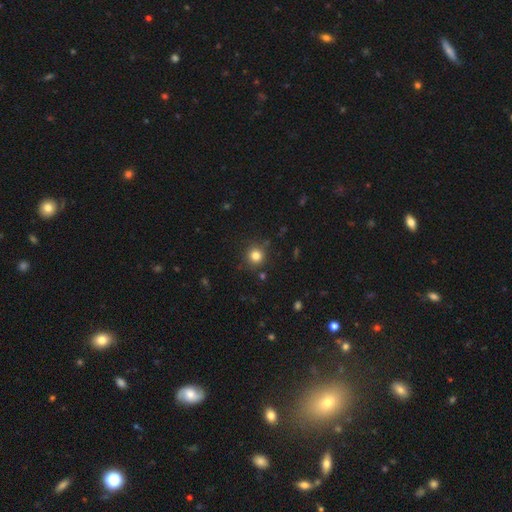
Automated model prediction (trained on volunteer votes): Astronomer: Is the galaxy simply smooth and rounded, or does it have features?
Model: smooth — 81%.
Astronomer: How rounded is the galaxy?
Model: round — 93%.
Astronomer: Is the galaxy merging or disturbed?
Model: none — 87%.